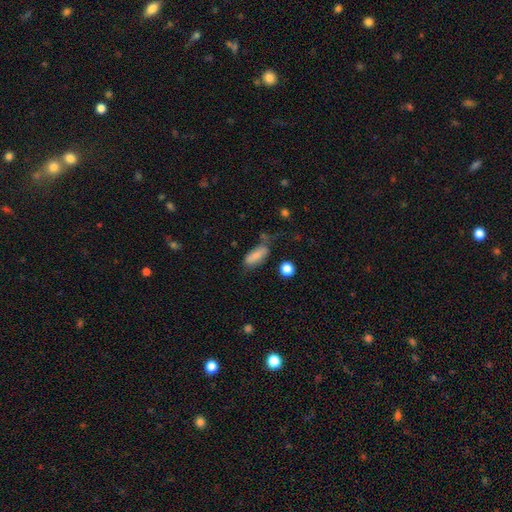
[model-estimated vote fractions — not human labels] Q: Smooth or featured?
A: smooth (81%); runner-up: featured or disk (11%)
Q: How rounded?
A: in between (73%); runner-up: cigar-shaped (23%)
Q: Merging?
A: none (55%); runner-up: minor disturbance (26%)